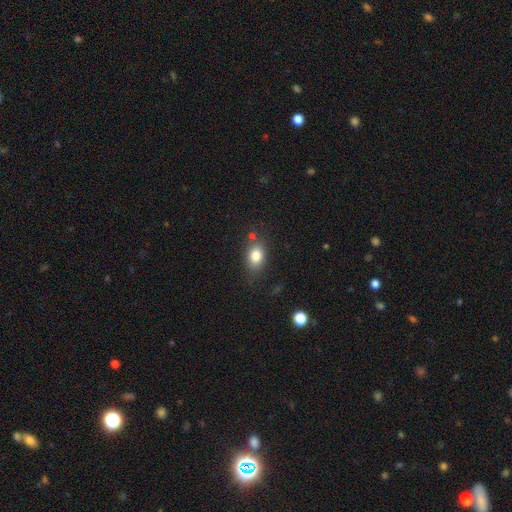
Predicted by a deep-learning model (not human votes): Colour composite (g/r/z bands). It shows a smooth galaxy with no disk features (82%) that is in between round and cigar-shaped (76%). Merging: none (73%).